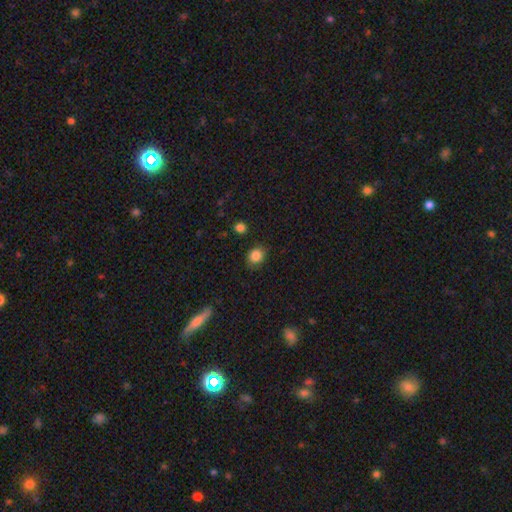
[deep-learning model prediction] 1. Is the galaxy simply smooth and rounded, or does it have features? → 86% smooth, 10% star or artifact, 4% featured or disk.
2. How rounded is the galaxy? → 67% round, 32% in between, 1% cigar-shaped.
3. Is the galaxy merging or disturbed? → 81% none, 14% minor disturbance, 3% major disturbance, 2% merger.